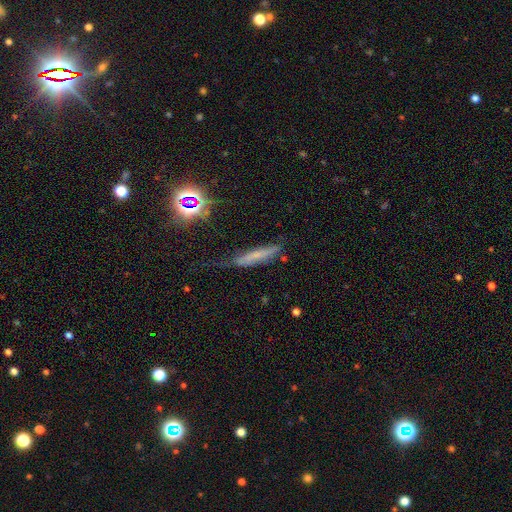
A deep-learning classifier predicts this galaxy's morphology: Smooth or featured?
  - smooth: 45% *
  - featured or disk: 35%
  - star or artifact: 19%
Merging?
  - none: 47% *
  - minor disturbance: 33%
  - major disturbance: 16%
  - merger: 4%